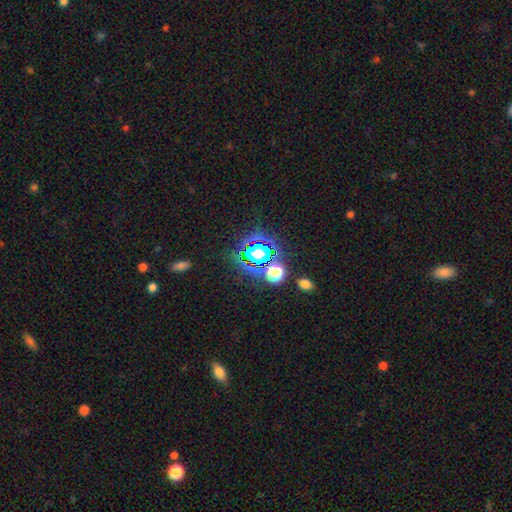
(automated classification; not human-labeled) A star or artifact, not a galaxy (71%).

Vote fractions:
- Smooth or featured? star or artifact: 71% / smooth: 20% / featured or disk: 9%